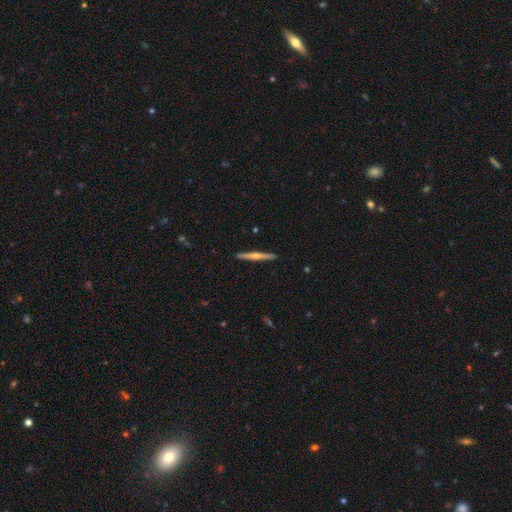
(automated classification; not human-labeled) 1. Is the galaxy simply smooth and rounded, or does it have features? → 70% featured or disk, 25% smooth, 5% star or artifact.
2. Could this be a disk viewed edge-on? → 98% yes, 2% no.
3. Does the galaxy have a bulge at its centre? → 85% rounded, 12% none, 3% boxy.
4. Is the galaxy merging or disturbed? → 92% none, 5% minor disturbance, 1% major disturbance, 1% merger.